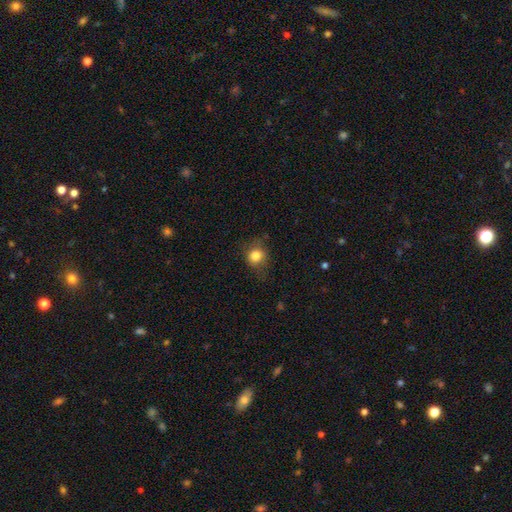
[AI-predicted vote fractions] Smooth or featured: smooth — 82% (star or artifact — 10%)
How rounded: round — 76% (in between — 23%)
Merging: none — 70% (minor disturbance — 21%)